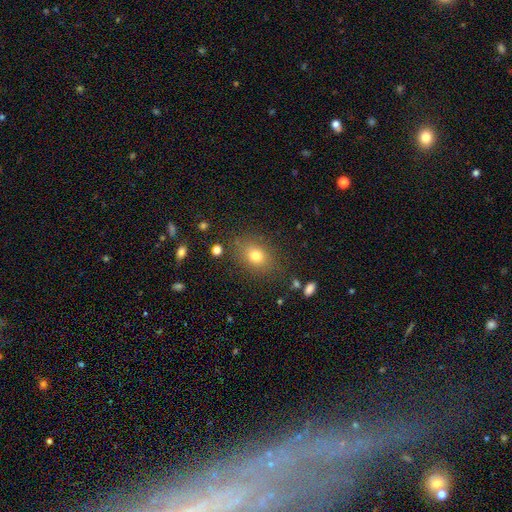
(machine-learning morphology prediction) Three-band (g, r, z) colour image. It shows a smooth galaxy with no disk features (77%) that is in between round and cigar-shaped (64%). Merging: none (82%).